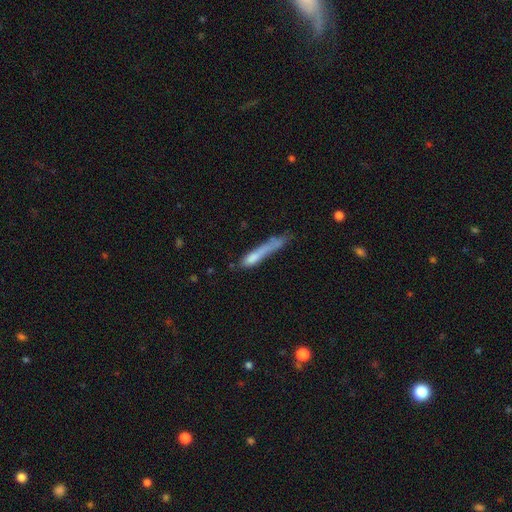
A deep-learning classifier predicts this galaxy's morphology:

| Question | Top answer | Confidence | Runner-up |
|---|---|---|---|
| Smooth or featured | smooth | 64% | featured or disk (27%) |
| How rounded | cigar-shaped | 87% | in between (11%) |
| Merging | none | 32% | minor disturbance (26%) |